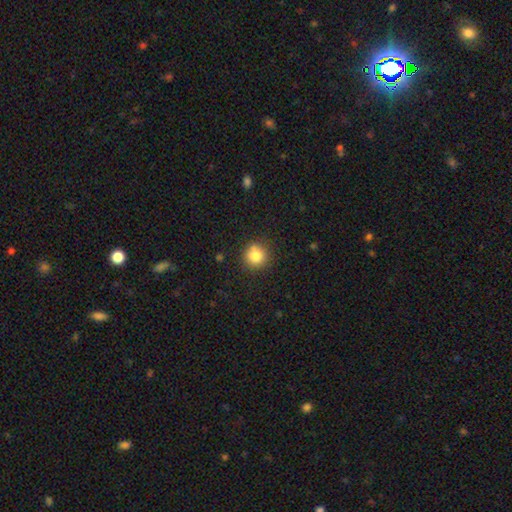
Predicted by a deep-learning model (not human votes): Q: Smooth or featured?
A: smooth (82%); runner-up: star or artifact (11%)
Q: How rounded?
A: round (92%); runner-up: in between (7%)
Q: Merging?
A: none (81%); runner-up: minor disturbance (12%)